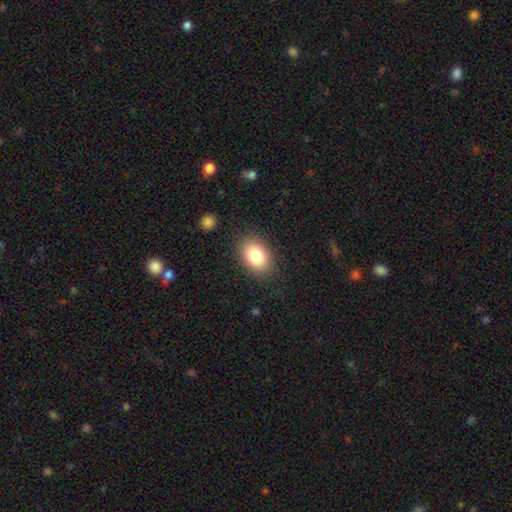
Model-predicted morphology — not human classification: smooth_or_featured: smooth (p=0.83) [alt: featured or disk p=0.09]
how_rounded: in between (p=0.81) [alt: round p=0.18]
merging: none (p=0.85) [alt: minor disturbance p=0.10]